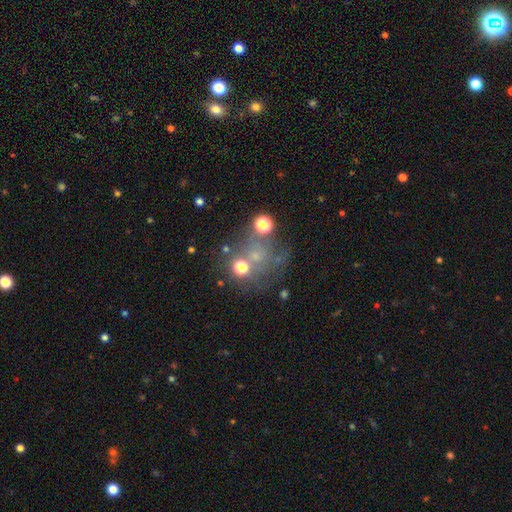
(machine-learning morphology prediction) smooth_or_featured: smooth (p=0.40) [alt: star or artifact p=0.36]
merging: none (p=0.53) [alt: merger p=0.18]